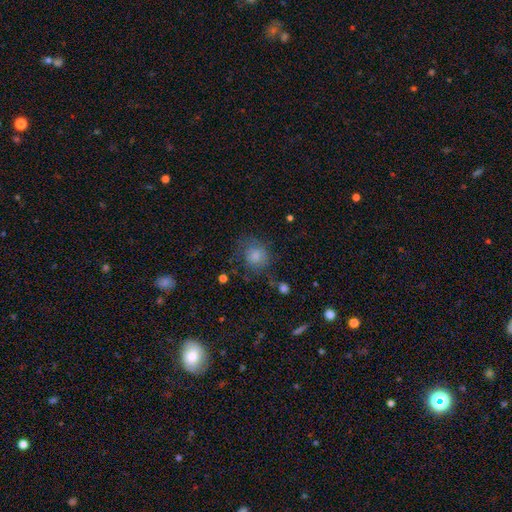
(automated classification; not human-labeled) Smooth or featured?
  - smooth: 78% *
  - featured or disk: 13%
  - star or artifact: 9%
How rounded?
  - round: 84% *
  - in between: 15%
  - cigar-shaped: 1%
Merging?
  - none: 59% *
  - minor disturbance: 22%
  - major disturbance: 16%
  - merger: 3%